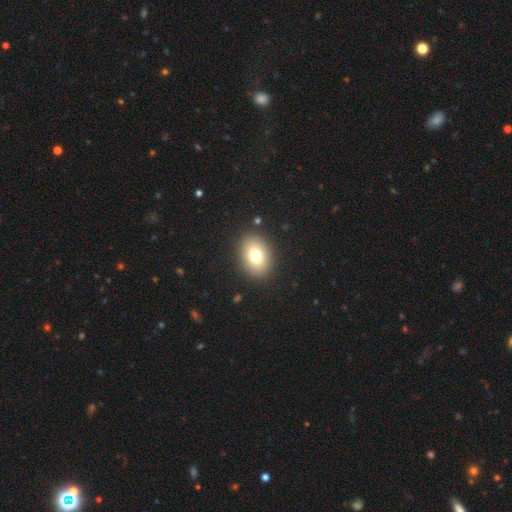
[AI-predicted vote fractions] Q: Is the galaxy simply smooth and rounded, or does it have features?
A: smooth — 77%.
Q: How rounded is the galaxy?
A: in between — 72%.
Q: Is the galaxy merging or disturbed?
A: none — 89%.